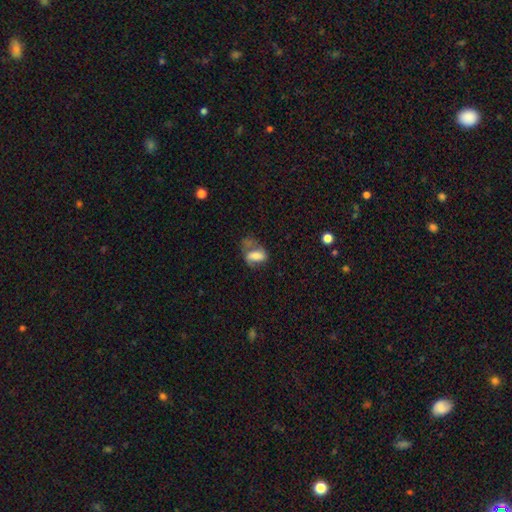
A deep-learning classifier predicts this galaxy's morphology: A smooth galaxy with no disk features (54%) that is in between round and cigar-shaped (85%). Merging: major disturbance (35%).